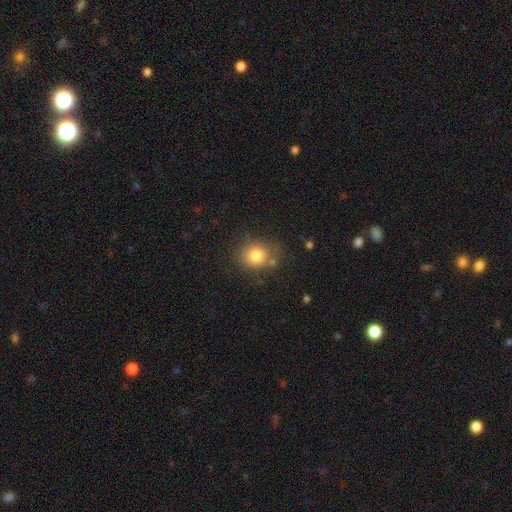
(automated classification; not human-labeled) Smooth or featured?
  - smooth: 79% *
  - star or artifact: 11%
  - featured or disk: 9%
How rounded?
  - round: 73% *
  - in between: 26%
  - cigar-shaped: 1%
Merging?
  - none: 74% *
  - minor disturbance: 15%
  - merger: 6%
  - major disturbance: 5%